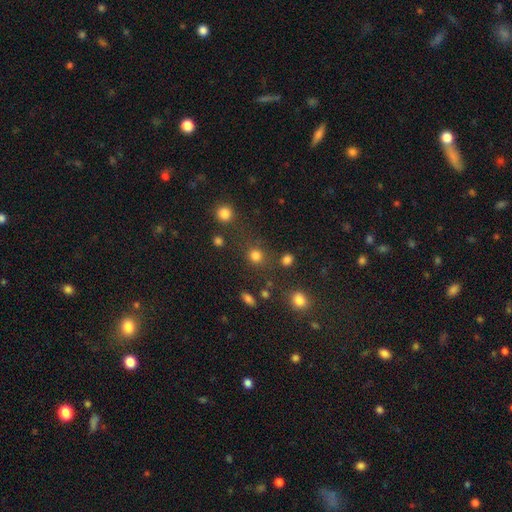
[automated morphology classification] smooth-or-featured: smooth: 79% | star or artifact: 16% | featured or disk: 5%
  how-rounded: round: 87% | in between: 12% | cigar-shaped: 1%
  merging: none: 73% | merger: 11% | minor disturbance: 10% | major disturbance: 6%